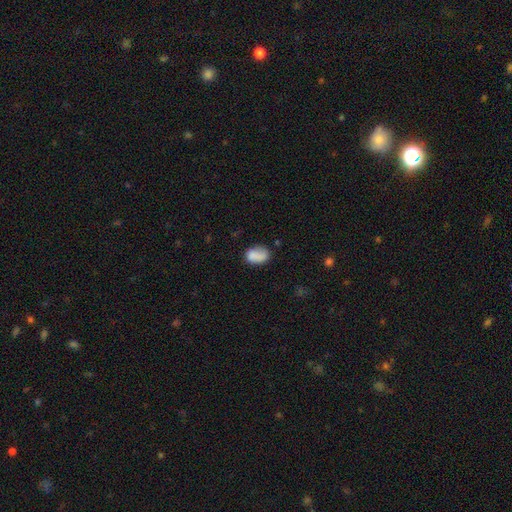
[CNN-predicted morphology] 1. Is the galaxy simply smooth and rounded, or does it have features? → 81% smooth, 11% featured or disk, 8% star or artifact.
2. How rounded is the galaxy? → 83% in between, 16% round, 1% cigar-shaped.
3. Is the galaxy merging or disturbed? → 57% none, 26% minor disturbance, 10% major disturbance, 7% merger.